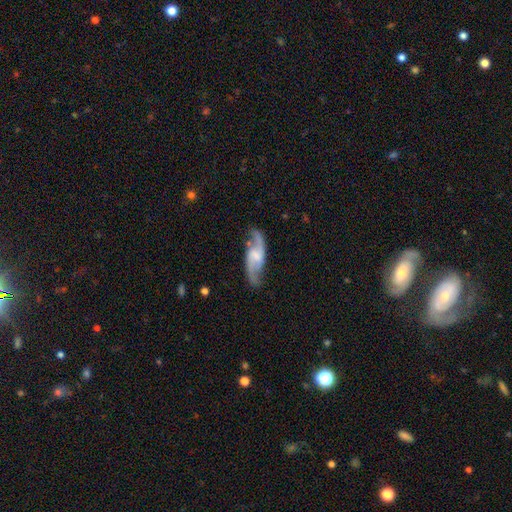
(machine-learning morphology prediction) This appears to be a featured or disk galaxy (86%) with a weak bar (51%), 2 (92%) loose (60%) spiral arms (96%) and a small central bulge (34%). Merging: none (78%).